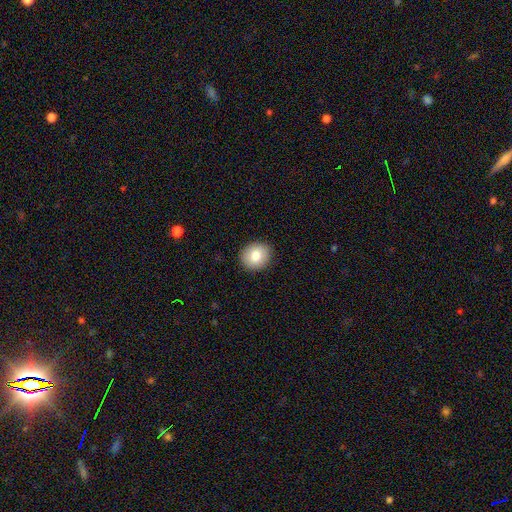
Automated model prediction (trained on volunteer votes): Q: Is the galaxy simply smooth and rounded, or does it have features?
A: smooth — 81%.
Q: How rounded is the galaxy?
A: round — 72%.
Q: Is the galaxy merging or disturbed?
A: none — 91%.